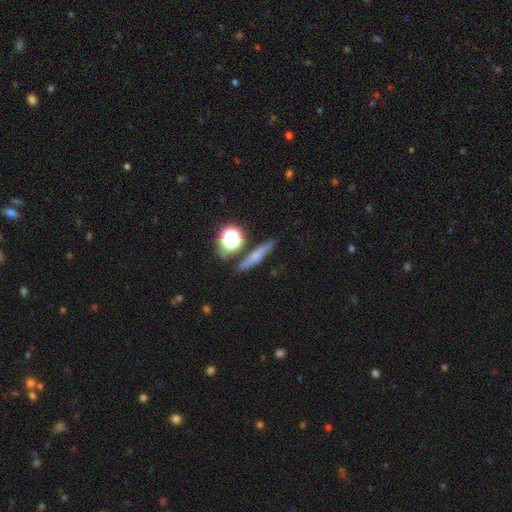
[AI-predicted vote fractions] This is possibly a smooth galaxy (53%). How rounded: likely cigar-shaped (66%). Merging: clearly none (82%).